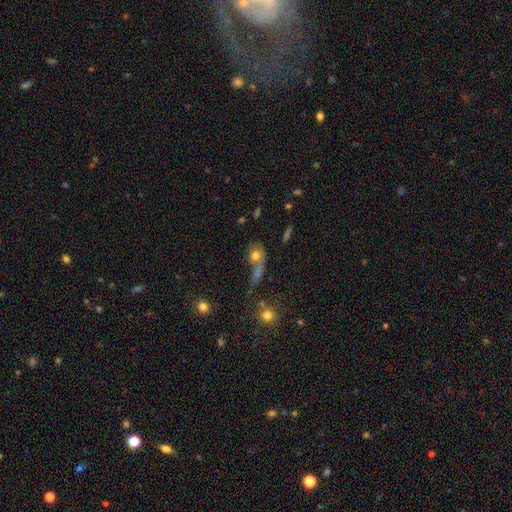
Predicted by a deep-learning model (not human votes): Smooth or featured?
  - smooth: 68% *
  - featured or disk: 19%
  - star or artifact: 12%
How rounded?
  - round: 51% *
  - in between: 44%
  - cigar-shaped: 5%
Merging?
  - merger: 38% *
  - none: 35%
  - major disturbance: 14%
  - minor disturbance: 12%